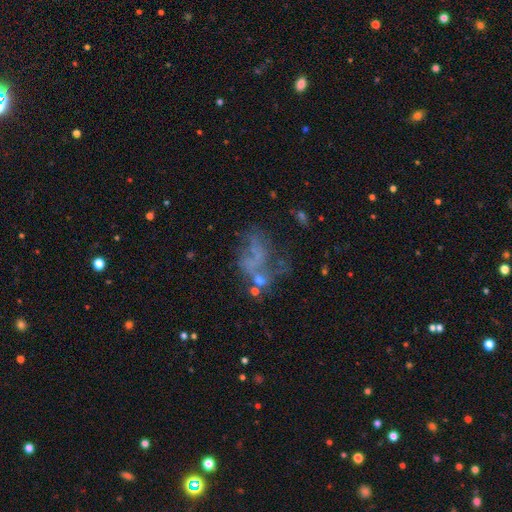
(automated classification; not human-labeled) smooth-or-featured: featured or disk: 54% | smooth: 25% | star or artifact: 21%
  disk-edge-on: no: 97% | yes: 3%
    bar: no: 84% | weak: 12% | strong: 4%
    has-spiral-arms: no: 78% | yes: 22%
    bulge-size: none: 77% | small: 14% | moderate: 6% | large: 2% | dominant: 1%
  merging: major disturbance: 35% | none: 34% | minor disturbance: 16% | merger: 15%